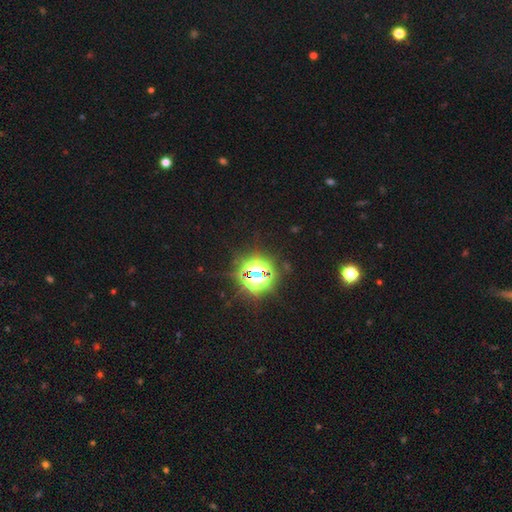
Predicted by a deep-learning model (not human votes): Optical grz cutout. It shows a star or artifact, not a galaxy (81%).